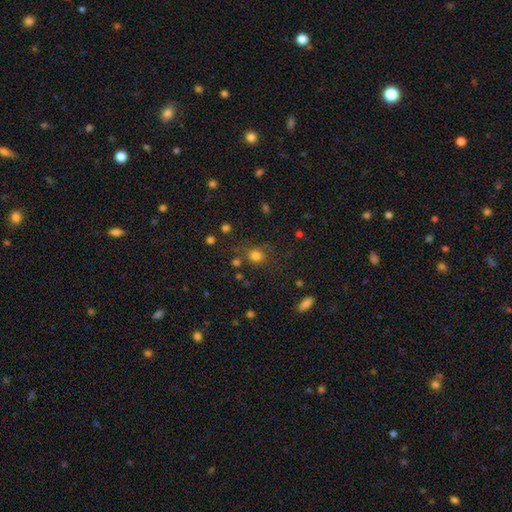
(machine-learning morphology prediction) smooth 76%, star or artifact 17%, featured or disk 7%. Down the decision tree: how rounded — round (77%); merging — none (73%).